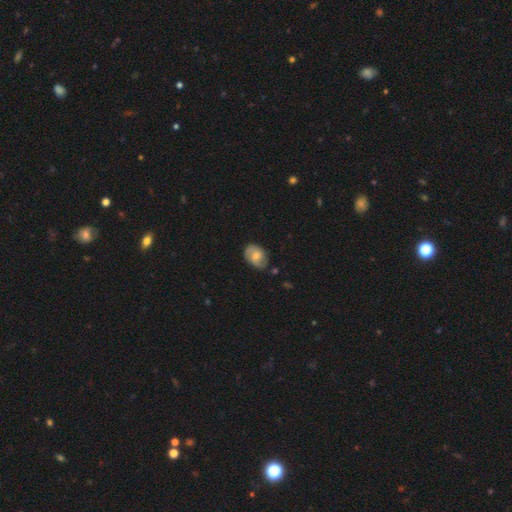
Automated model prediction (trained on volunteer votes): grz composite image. It shows a smooth galaxy with no disk features (49%). Merging: none (72%).